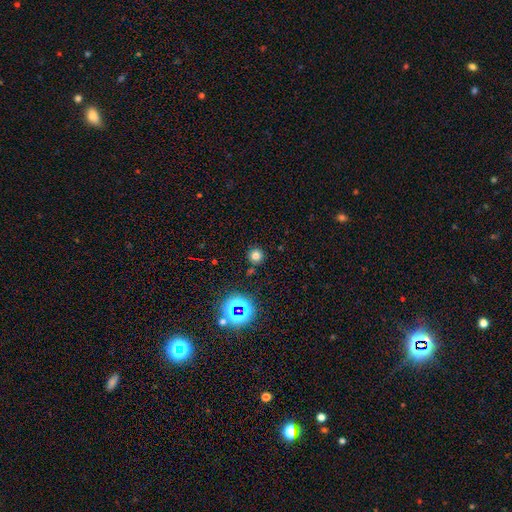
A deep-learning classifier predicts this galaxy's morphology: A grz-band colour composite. It shows a smooth galaxy with no disk features (71%) that is round (94%). Merging: none (86%).